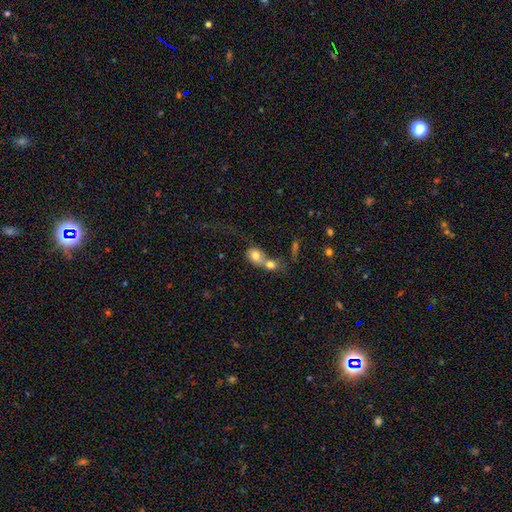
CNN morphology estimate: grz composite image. It shows a smooth galaxy with no disk features (74%) that is round (60%). Merging: merger (71%).